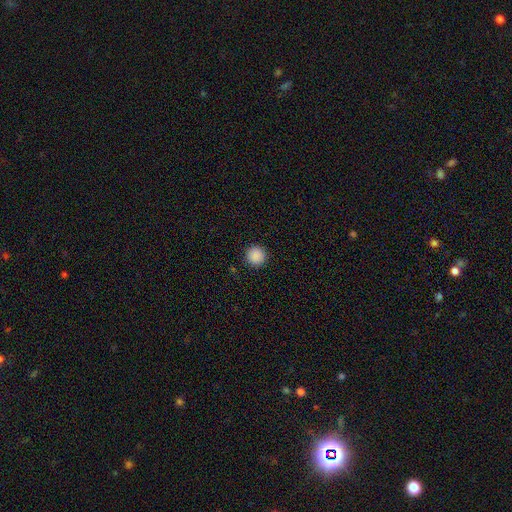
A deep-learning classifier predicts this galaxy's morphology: The model was most divided on "smooth or featured": smooth: 89%, star or artifact: 9%, featured or disk: 2%. More confident: how rounded — round (95%); merging — none (93%).